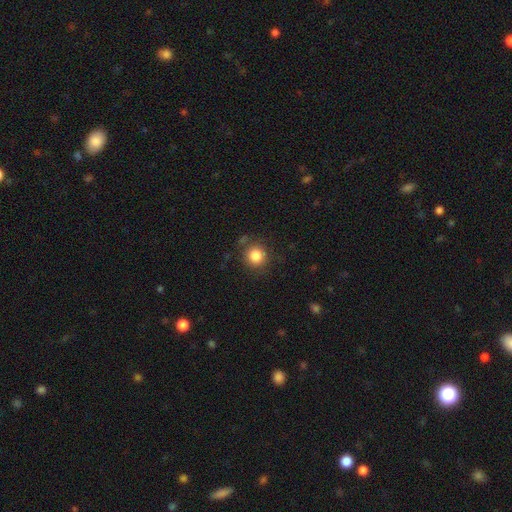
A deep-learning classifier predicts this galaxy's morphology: Smooth or featured?
  - smooth: 84% *
  - star or artifact: 11%
  - featured or disk: 5%
How rounded?
  - round: 91% *
  - in between: 8%
  - cigar-shaped: 1%
Merging?
  - none: 83% *
  - minor disturbance: 11%
  - major disturbance: 4%
  - merger: 3%